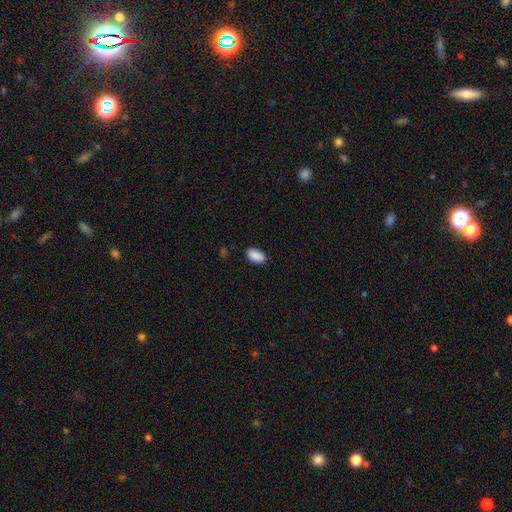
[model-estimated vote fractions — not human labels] Smooth or featured: smooth — 90% (star or artifact — 7%)
How rounded: in between — 94% (round — 4%)
Merging: none — 87% (minor disturbance — 10%)